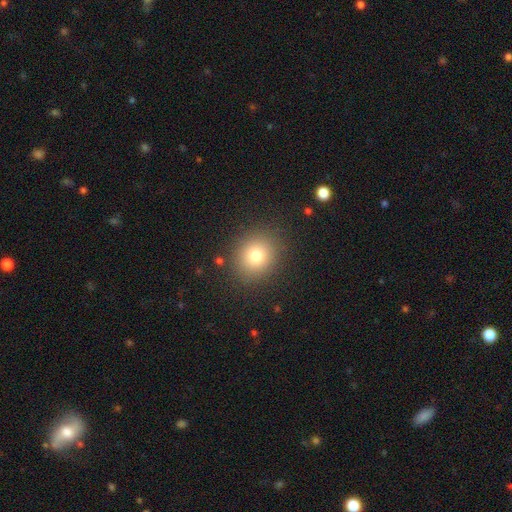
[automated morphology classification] Overall: smooth (76%). How rounded: round (80%). Merging: none (87%).